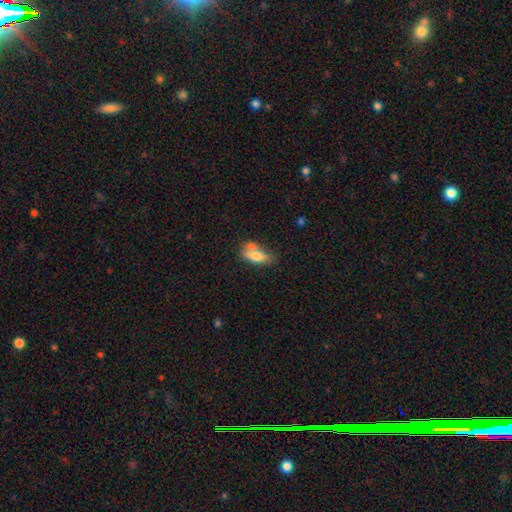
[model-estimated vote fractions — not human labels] This is likely a smooth galaxy (69%). How rounded: likely in between (75%). Merging: marginally none (39%).